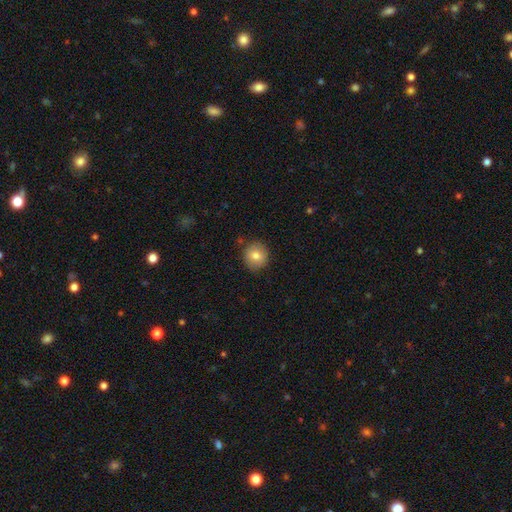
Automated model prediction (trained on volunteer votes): smooth-or-featured: smooth: 80% | featured or disk: 11% | star or artifact: 9%
  how-rounded: round: 87% | in between: 12% | cigar-shaped: 1%
  merging: none: 87% | minor disturbance: 10% | major disturbance: 2% | merger: 2%